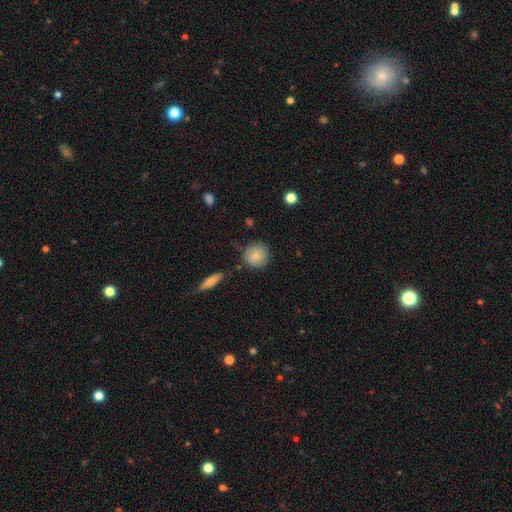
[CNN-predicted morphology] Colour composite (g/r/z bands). It shows a smooth galaxy with no disk features (82%) that is round (86%). Merging: none (76%).